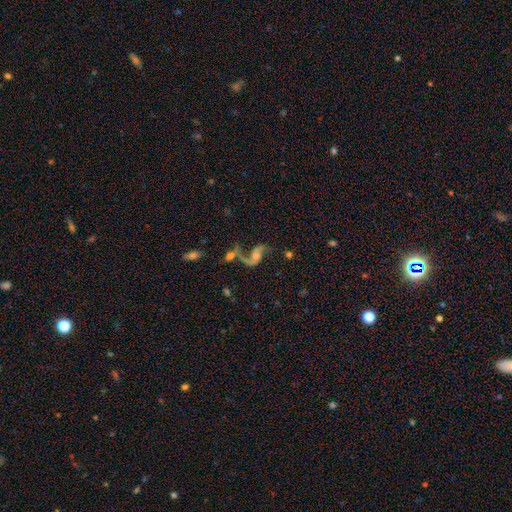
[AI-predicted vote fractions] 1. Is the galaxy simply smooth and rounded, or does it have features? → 84% featured or disk, 9% star or artifact, 8% smooth.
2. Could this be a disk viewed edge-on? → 96% no, 4% yes.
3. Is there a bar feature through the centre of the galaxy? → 58% no, 32% weak, 10% strong.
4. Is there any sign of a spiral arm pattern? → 94% yes, 6% no.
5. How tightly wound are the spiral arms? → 72% loose, 23% medium, 5% tight.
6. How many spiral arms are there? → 86% 2, 9% 1, 2% can't tell, 1% 3, 1% 4, 1% more than 4.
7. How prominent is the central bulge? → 46% moderate, 36% small, 8% none, 7% large, 2% dominant.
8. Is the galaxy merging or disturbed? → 46% none, 24% merger, 16% major disturbance, 14% minor disturbance.